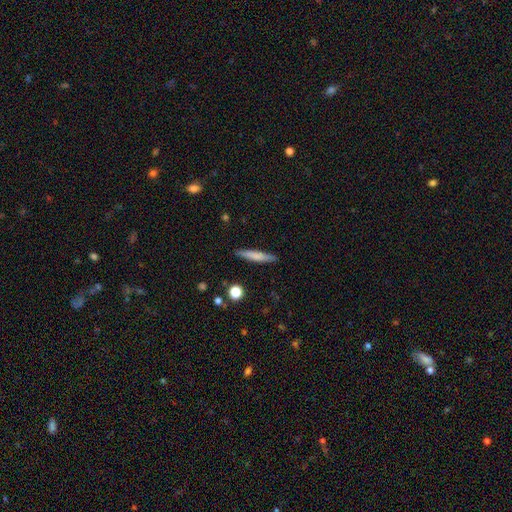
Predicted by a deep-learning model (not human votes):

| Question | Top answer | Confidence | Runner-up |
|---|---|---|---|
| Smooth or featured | smooth | 67% | featured or disk (26%) |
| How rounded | cigar-shaped | 92% | in between (6%) |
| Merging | none | 89% | minor disturbance (8%) |